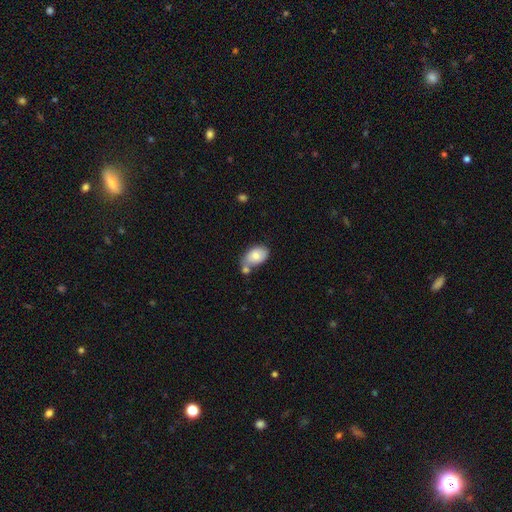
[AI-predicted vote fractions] Morphology: type=smooth (76%); roundness=in between (87%); merging=none (40%).